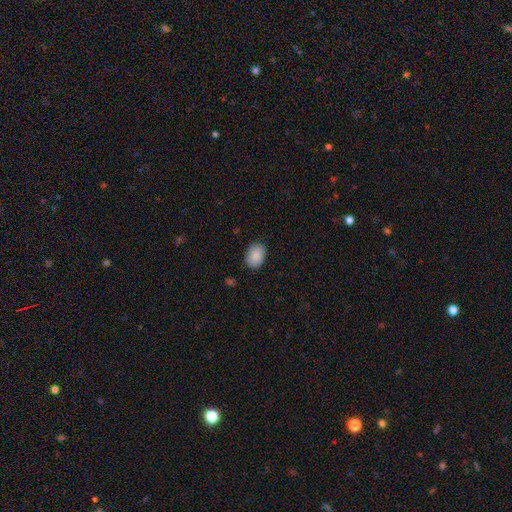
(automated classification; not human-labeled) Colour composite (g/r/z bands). It shows a smooth galaxy with no disk features (89%) that is in between round and cigar-shaped (79%). Merging: none (86%).